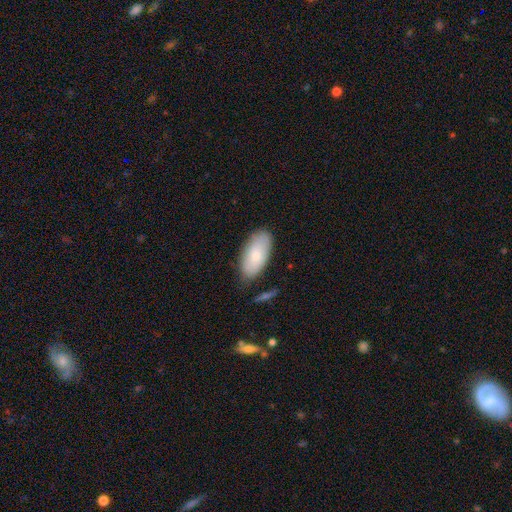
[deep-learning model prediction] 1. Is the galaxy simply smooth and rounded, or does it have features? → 78% smooth, 16% featured or disk, 6% star or artifact.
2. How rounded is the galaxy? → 94% in between, 4% cigar-shaped, 2% round.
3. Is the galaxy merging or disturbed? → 77% none, 17% minor disturbance, 3% major disturbance, 3% merger.